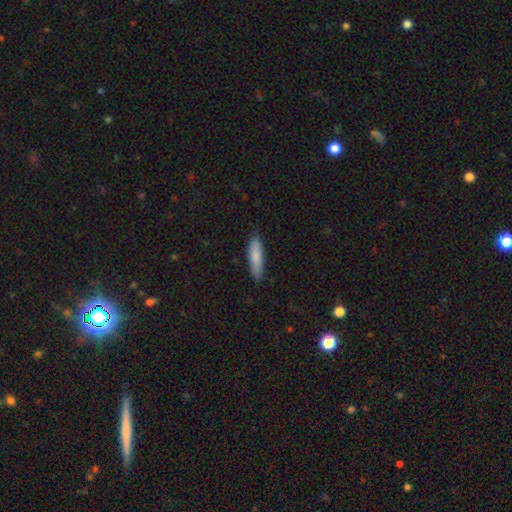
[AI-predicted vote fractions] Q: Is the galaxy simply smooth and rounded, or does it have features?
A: smooth — 83%.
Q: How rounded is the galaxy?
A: cigar-shaped — 70%.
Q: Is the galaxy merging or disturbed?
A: none — 85%.